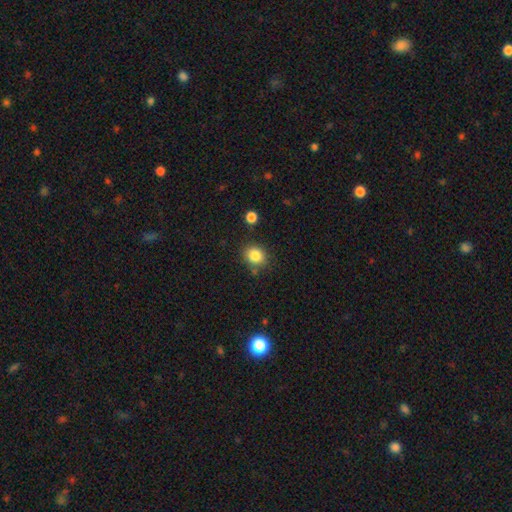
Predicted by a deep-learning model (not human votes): A smooth galaxy with no disk features (84%) that is round (65%).

Vote fractions:
- Smooth or featured? smooth: 84% / star or artifact: 10% / featured or disk: 6%
- How rounded? round: 65% / in between: 34% / cigar-shaped: 1%
- Merging? none: 79% / minor disturbance: 12% / merger: 5% / major disturbance: 3%